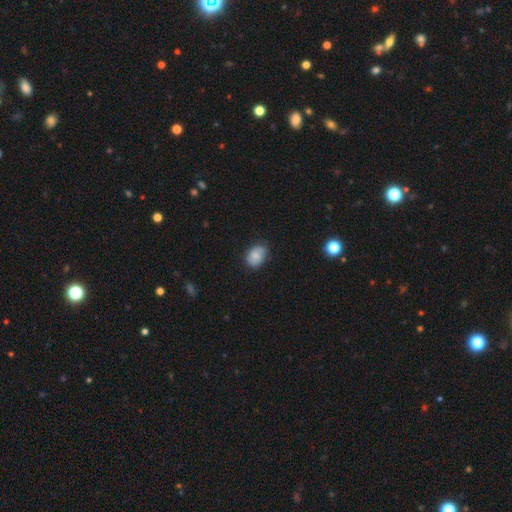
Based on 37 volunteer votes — Volunteers were most divided on "merging": none: 65%, minor disturbance: 32%, major disturbance: 3%, merger: 0%. More confident: how rounded — in between (87%); smooth or featured — smooth (81%).